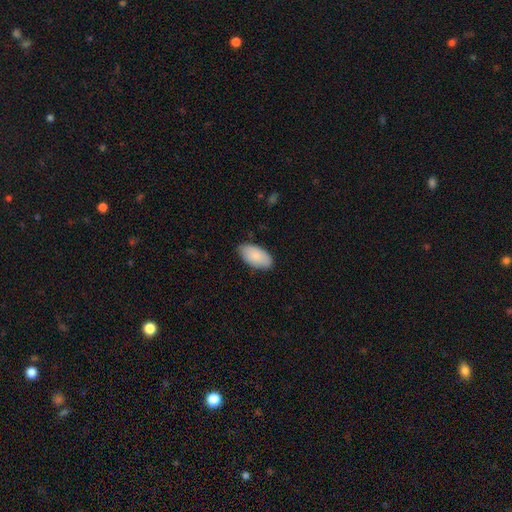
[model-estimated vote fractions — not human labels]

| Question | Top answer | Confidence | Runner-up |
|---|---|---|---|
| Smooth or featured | smooth | 84% | featured or disk (10%) |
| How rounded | in between | 95% | round (2%) |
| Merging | none | 79% | minor disturbance (18%) |